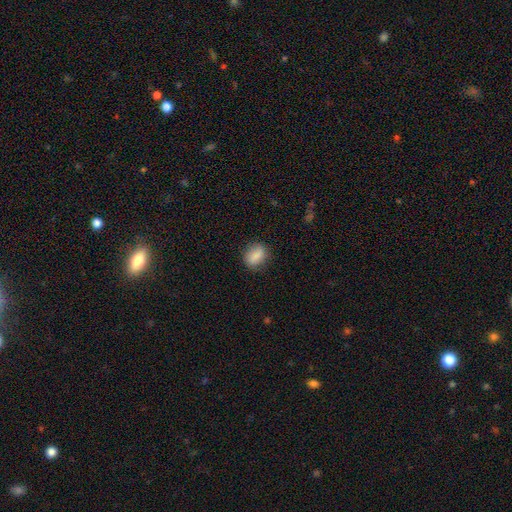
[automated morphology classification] A smooth galaxy with no disk features (83%) that is in between round and cigar-shaped (62%).

Vote fractions:
- Smooth or featured? smooth: 83% / featured or disk: 9% / star or artifact: 7%
- How rounded? in between: 62% / round: 36% / cigar-shaped: 2%
- Merging? none: 79% / minor disturbance: 15% / major disturbance: 4% / merger: 1%